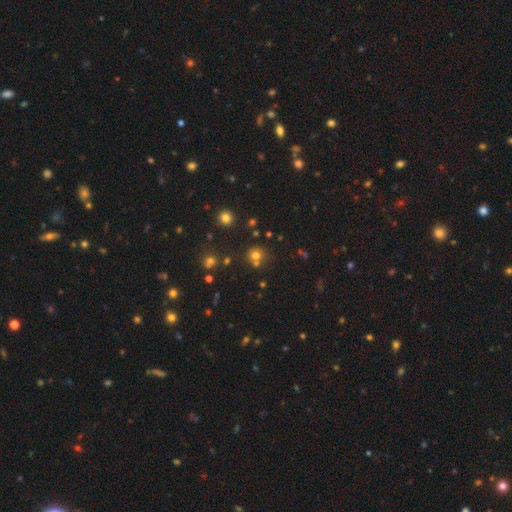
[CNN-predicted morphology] This appears to be a smooth galaxy with no disk features (69%) that is round (88%). Merging: none (65%).